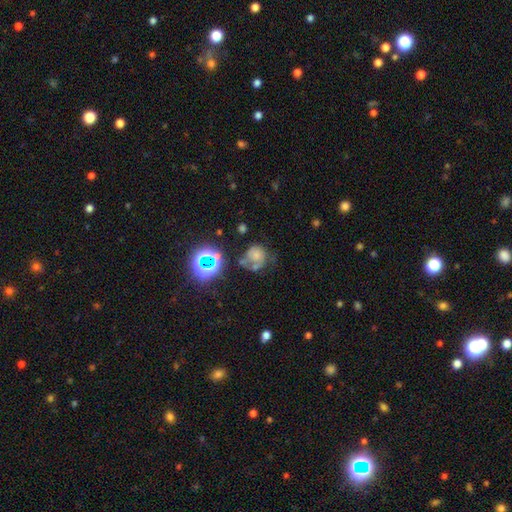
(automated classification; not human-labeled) This appears to be a smooth galaxy with no disk features (47%). Merging: none (36%).